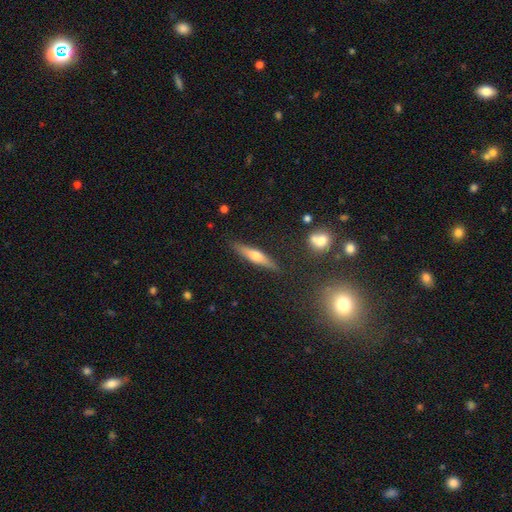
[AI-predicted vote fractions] This is possibly a smooth galaxy (48%). Merging: clearly none (86%).